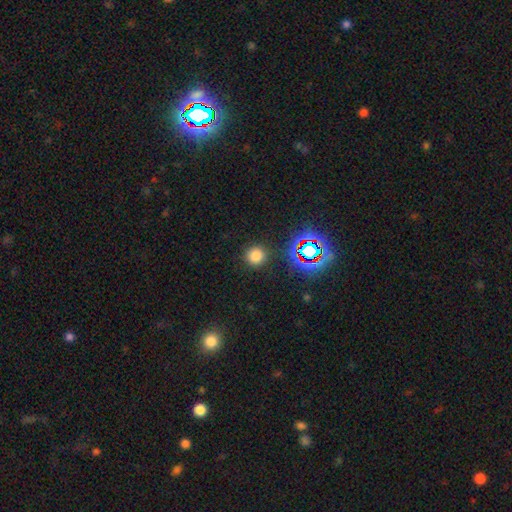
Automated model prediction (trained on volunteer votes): Morphology: type=smooth (73%); roundness=round (94%); merging=none (89%).